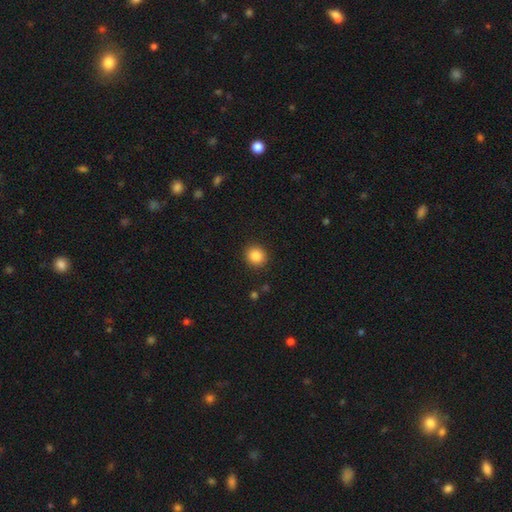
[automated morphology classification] Smooth or featured?
  - smooth: 87% *
  - star or artifact: 9%
  - featured or disk: 4%
How rounded?
  - round: 86% *
  - in between: 13%
  - cigar-shaped: 1%
Merging?
  - none: 90% *
  - minor disturbance: 6%
  - major disturbance: 2%
  - merger: 1%